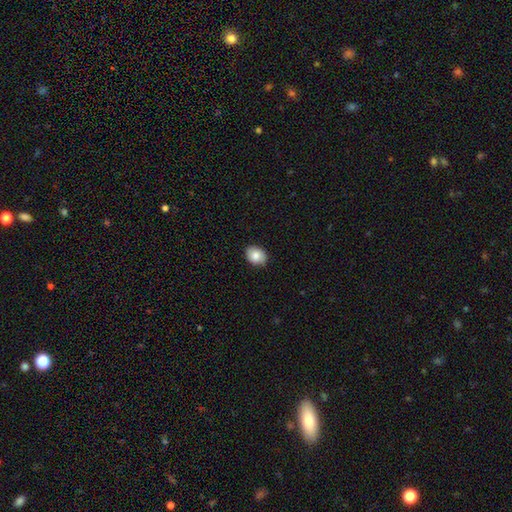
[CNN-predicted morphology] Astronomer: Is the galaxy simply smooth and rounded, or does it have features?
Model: smooth — 83%.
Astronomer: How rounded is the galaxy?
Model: in between — 57% (runner-up: round, 42%).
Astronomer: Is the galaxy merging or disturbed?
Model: none — 86%.